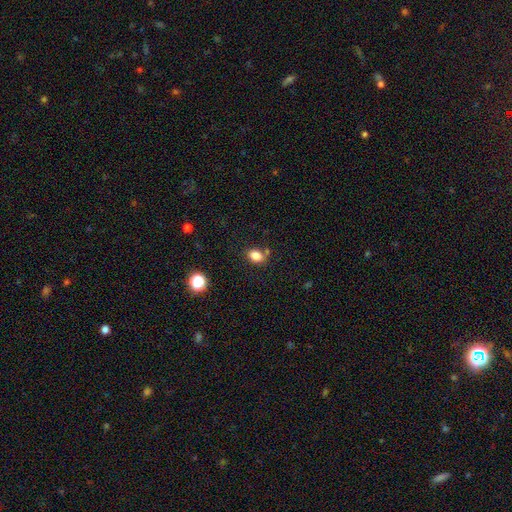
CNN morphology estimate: Smooth or featured? smooth (83%)
How rounded? in between (74%)
Merging? none (72%)